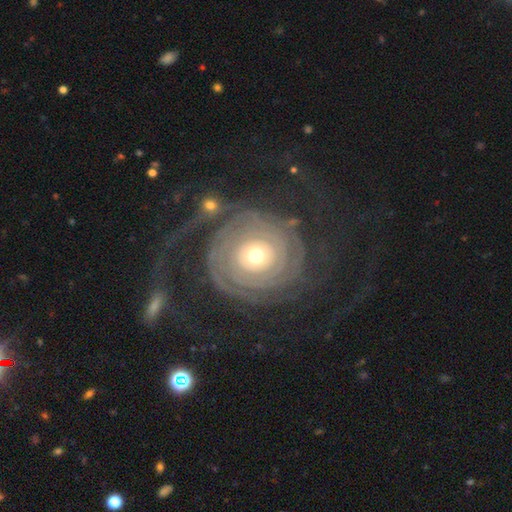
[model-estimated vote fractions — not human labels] Q: Smooth or featured?
A: featured or disk (85%); runner-up: smooth (8%)
Q: Edge-on disk?
A: no (97%); runner-up: yes (3%)
Q: Bar?
A: no (83%); runner-up: weak (11%)
Q: Spiral arms?
A: yes (92%); runner-up: no (8%)
Q: Spiral winding?
A: tight (82%); runner-up: medium (11%)
Q: Spiral arm count?
A: can't tell (32%); runner-up: 2 (24%)
Q: Bulge size?
A: moderate (54%); runner-up: small (38%)
Q: Merging?
A: none (61%); runner-up: major disturbance (21%)